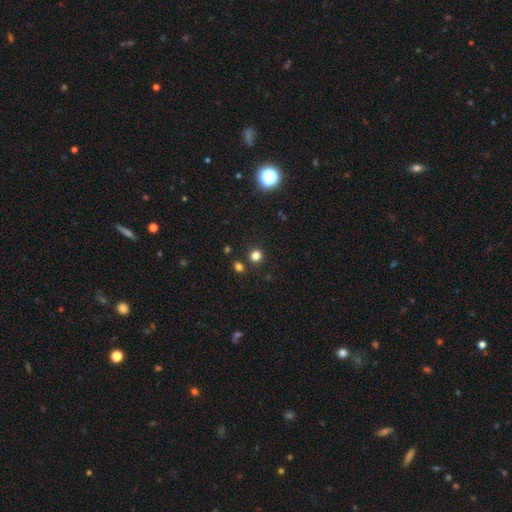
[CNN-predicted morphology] Overall: smooth (77%). How rounded: round (92%). Merging: none (86%).